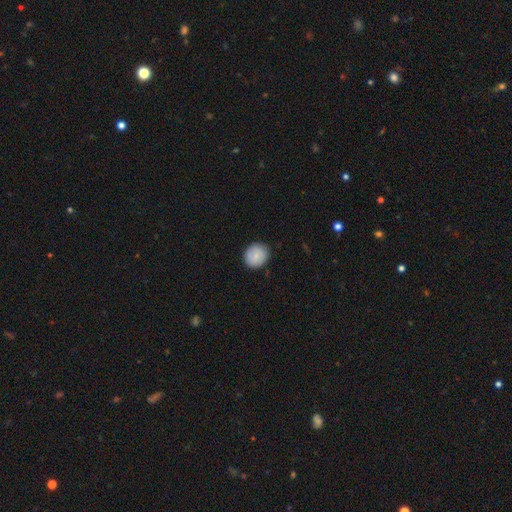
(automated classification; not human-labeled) Overall: smooth (83%). How rounded: round (84%). Merging: none (88%).